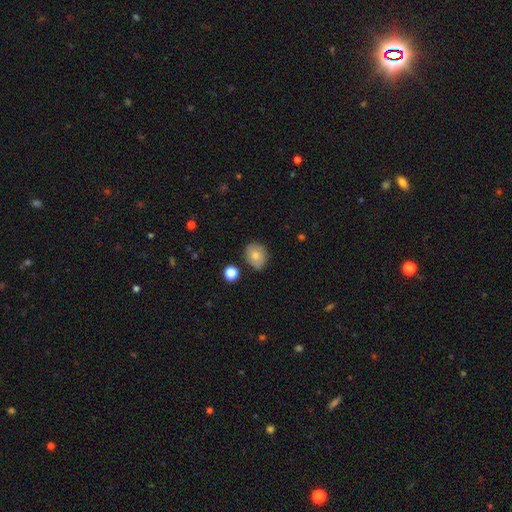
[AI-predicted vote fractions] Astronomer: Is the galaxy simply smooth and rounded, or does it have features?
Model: smooth — 75%.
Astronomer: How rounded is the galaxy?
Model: round — 59% (runner-up: in between, 40%).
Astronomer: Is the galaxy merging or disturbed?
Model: none — 73%.